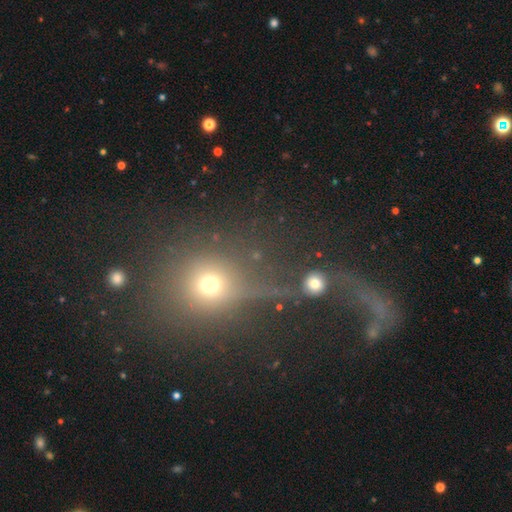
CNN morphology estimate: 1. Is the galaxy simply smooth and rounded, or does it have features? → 45% smooth, 32% star or artifact, 23% featured or disk.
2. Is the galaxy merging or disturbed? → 37% none, 28% major disturbance, 23% merger, 12% minor disturbance.